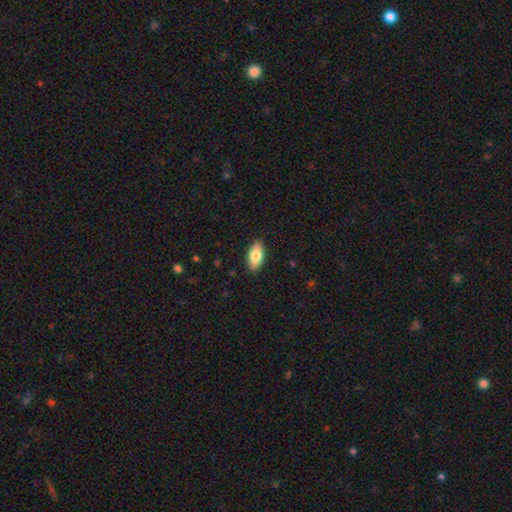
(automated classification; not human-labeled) This is clearly a smooth galaxy (81%). How rounded: clearly in between (90%). Merging: clearly none (89%).